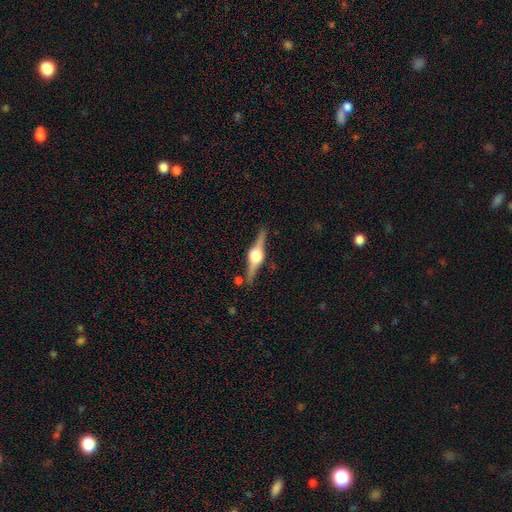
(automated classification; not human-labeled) Q: Smooth or featured?
A: featured or disk (87%); runner-up: smooth (8%)
Q: Edge-on disk?
A: yes (98%); runner-up: no (2%)
Q: Edge-on bulge?
A: rounded (94%); runner-up: boxy (5%)
Q: Merging?
A: none (86%); runner-up: minor disturbance (9%)